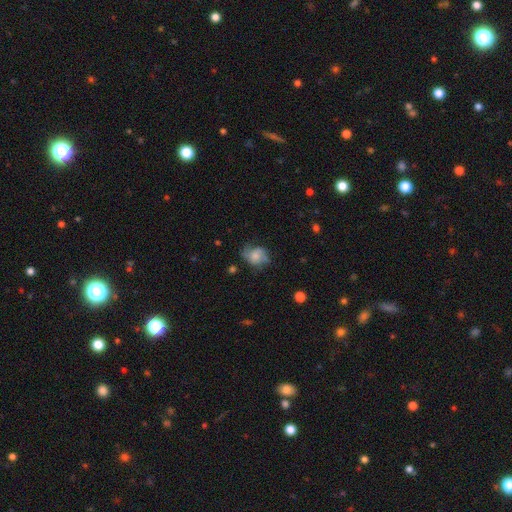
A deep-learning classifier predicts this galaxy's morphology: smooth 52%, featured or disk 38%, star or artifact 10%. Down the decision tree: how rounded — round (54%); merging — none (52%).